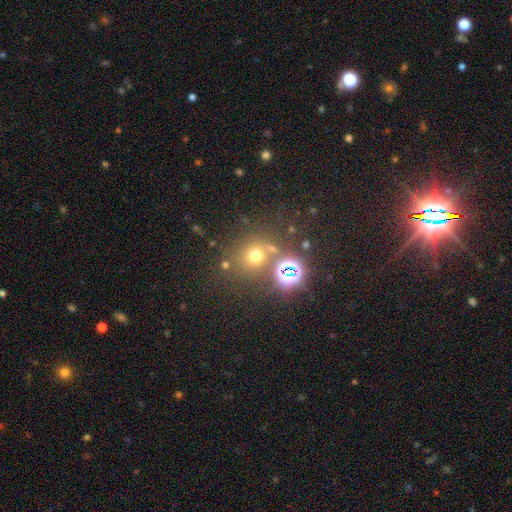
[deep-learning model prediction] smooth 56%, star or artifact 34%, featured or disk 10%. Down the decision tree: how rounded — round (86%); merging — none (69%).